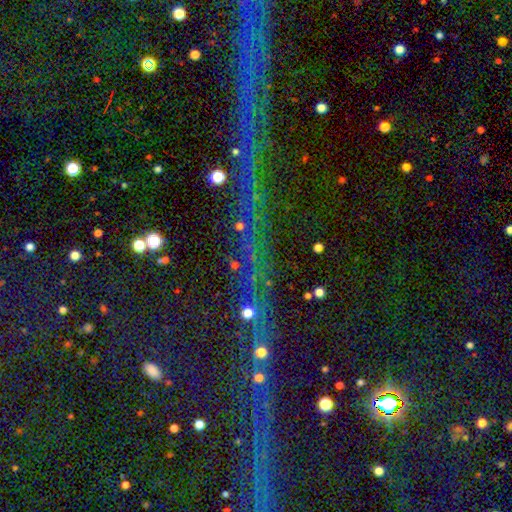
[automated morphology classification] Overall: star or artifact (82%).